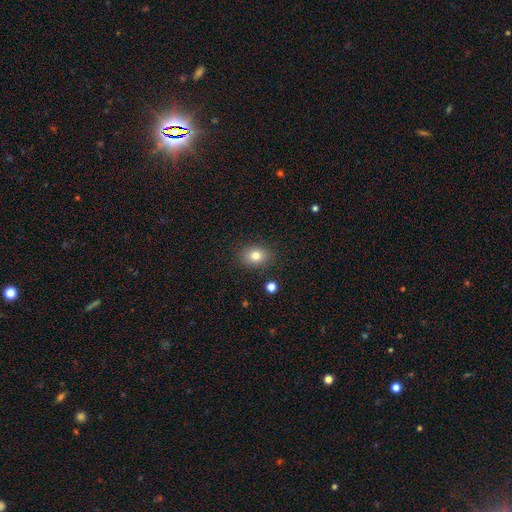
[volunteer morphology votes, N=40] A smooth galaxy with no disk features (82%) that is round (58%).

Vote fractions:
- Smooth or featured? smooth: 82% / star or artifact: 10% / featured or disk: 8%
- How rounded? round: 58% / in between: 42% / cigar-shaped: 0%
- Merging? none: 94% / minor disturbance: 6% / major disturbance: 0% / merger: 0%